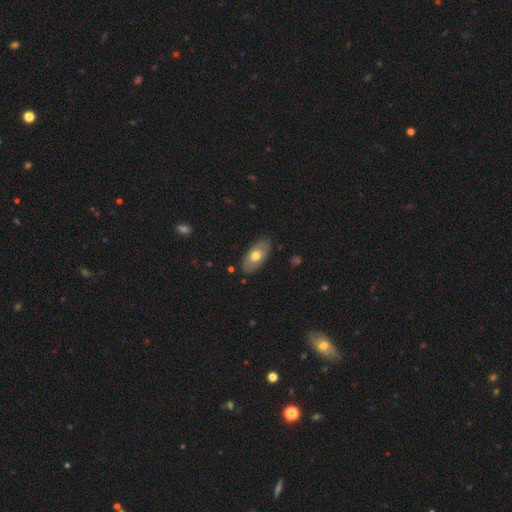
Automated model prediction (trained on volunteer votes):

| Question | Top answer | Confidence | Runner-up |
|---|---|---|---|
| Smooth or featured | smooth | 66% | featured or disk (28%) |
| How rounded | in between | 92% | cigar-shaped (4%) |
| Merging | none | 85% | minor disturbance (11%) |